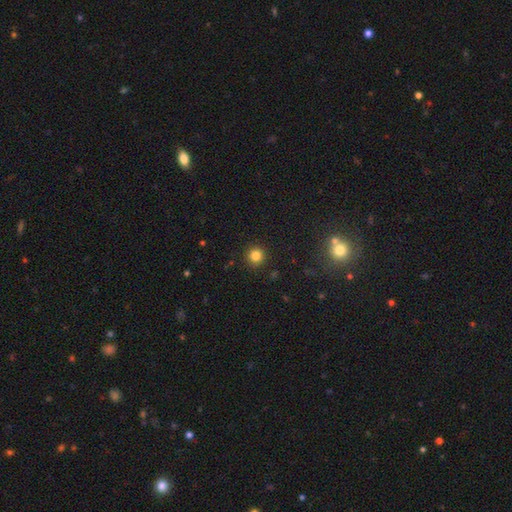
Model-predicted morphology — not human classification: smooth-or-featured: smooth: 82% | star or artifact: 13% | featured or disk: 4%
  how-rounded: round: 94% | in between: 5% | cigar-shaped: 1%
  merging: none: 92% | minor disturbance: 5% | major disturbance: 2% | merger: 1%